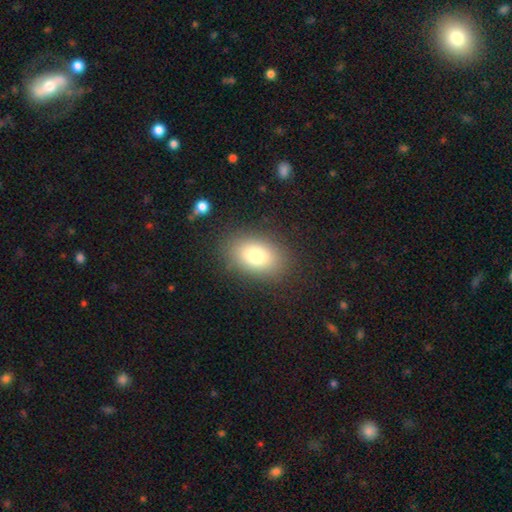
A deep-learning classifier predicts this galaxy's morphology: This appears to be a smooth galaxy with no disk features (77%) that is in between round and cigar-shaped (82%). Merging: none (86%).